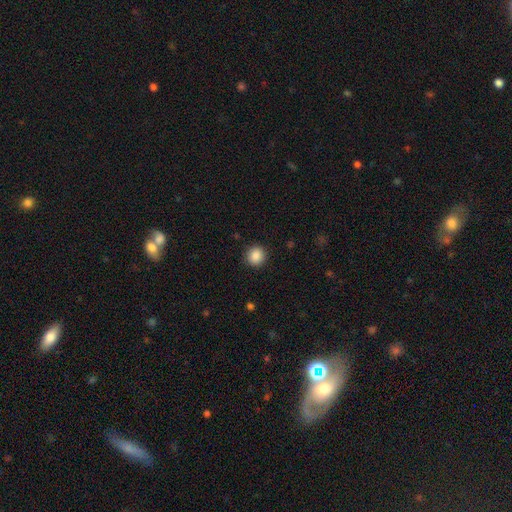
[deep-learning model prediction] Q: Smooth or featured?
A: smooth (88%); runner-up: star or artifact (9%)
Q: How rounded?
A: round (91%); runner-up: in between (8%)
Q: Merging?
A: none (91%); runner-up: minor disturbance (5%)